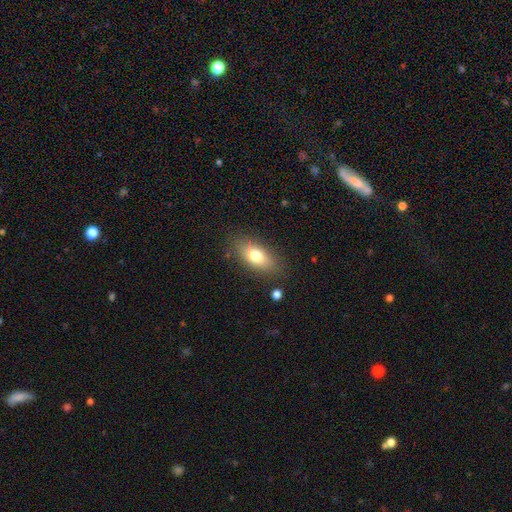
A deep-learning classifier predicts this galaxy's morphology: smooth-or-featured: smooth: 75% | featured or disk: 17% | star or artifact: 8%
  how-rounded: in between: 85% | cigar-shaped: 9% | round: 6%
  merging: none: 81% | minor disturbance: 13% | major disturbance: 4% | merger: 2%